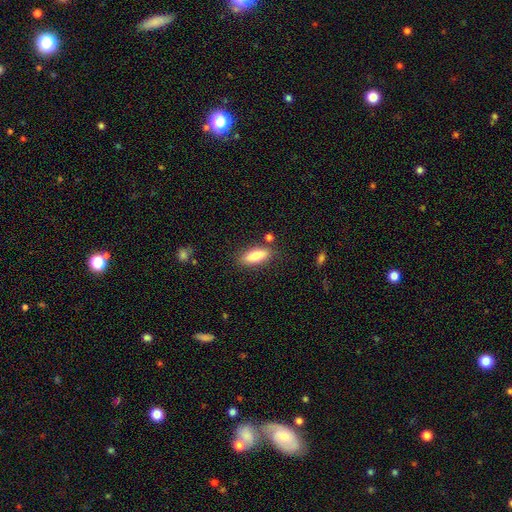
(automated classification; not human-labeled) Smooth or featured? smooth (81%)
How rounded? in between (69%)
Merging? none (82%)